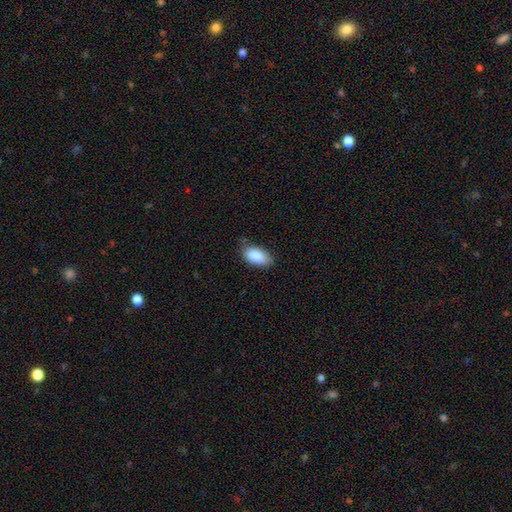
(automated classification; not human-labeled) A smooth galaxy with no disk features (88%) that is in between round and cigar-shaped (94%).

Vote fractions:
- Smooth or featured? smooth: 88% / star or artifact: 7% / featured or disk: 5%
- How rounded? in between: 94% / cigar-shaped: 3% / round: 3%
- Merging? none: 74% / minor disturbance: 22% / major disturbance: 3% / merger: 1%